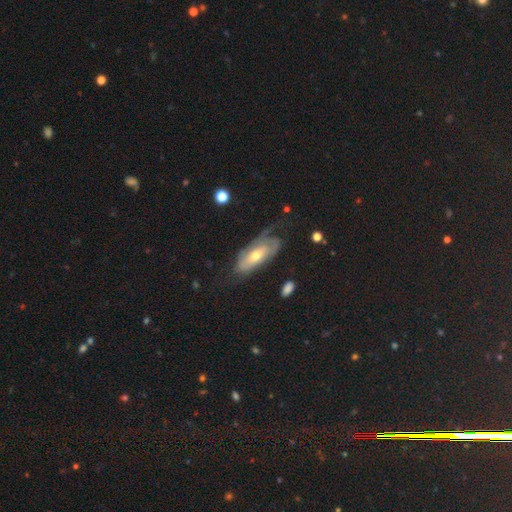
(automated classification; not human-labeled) Morphology: type=featured or disk (62%); edge-on=no (85%); bar=no (66%); spiral arms=yes (73%); bulge=moderate (57%); merging=none (46%).